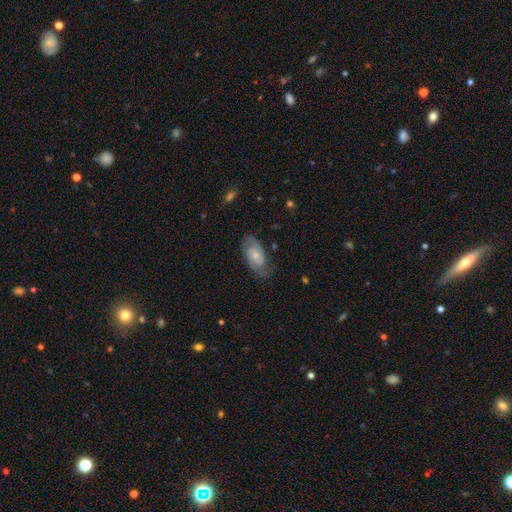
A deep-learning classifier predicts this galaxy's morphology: smooth-or-featured: featured or disk: 71% | smooth: 23% | star or artifact: 6%
  disk-edge-on: no: 95% | yes: 5%
    bar: no: 62% | weak: 32% | strong: 5%
    has-spiral-arms: yes: 92% | no: 8%
      spiral-winding: tight: 46% | medium: 40% | loose: 13%
      spiral-arm-count: 2: 78% | can't tell: 13% | 1: 3% | 3: 3% | 4: 1% | more than 4: 1%
    bulge-size: small: 55% | moderate: 34% | none: 6% | large: 3% | dominant: 1%
  merging: none: 73% | minor disturbance: 18% | major disturbance: 7% | merger: 1%